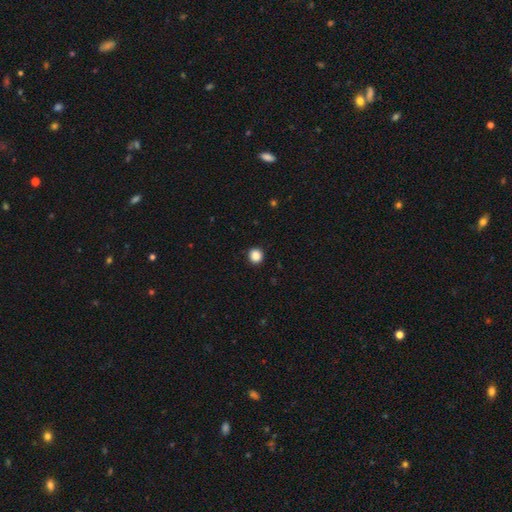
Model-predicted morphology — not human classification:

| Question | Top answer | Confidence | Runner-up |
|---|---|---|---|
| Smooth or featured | smooth | 87% | star or artifact (10%) |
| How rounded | round | 91% | in between (8%) |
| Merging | none | 93% | minor disturbance (5%) |